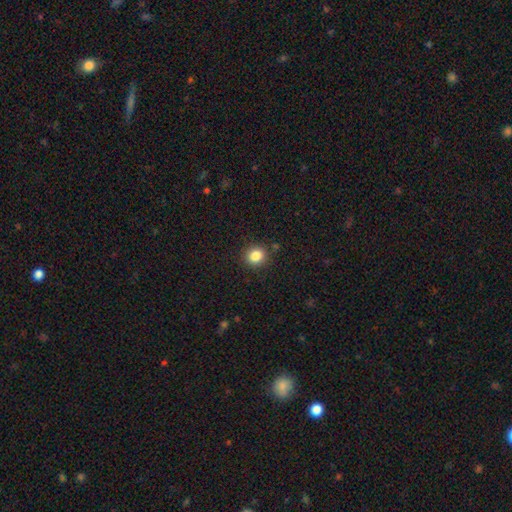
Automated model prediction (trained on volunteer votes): Morphology: type=smooth (85%); roundness=round (84%); merging=none (87%).